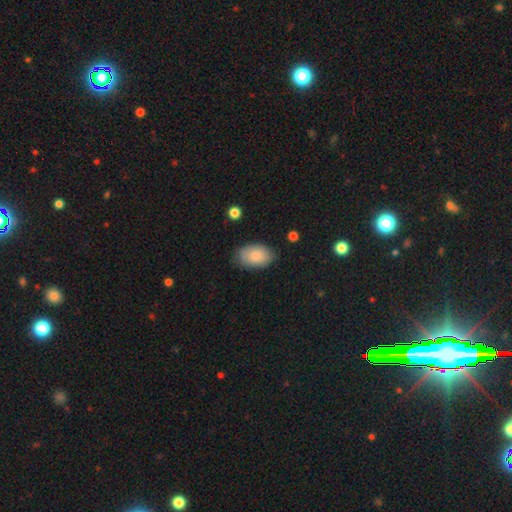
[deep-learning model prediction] Q: Smooth or featured?
A: smooth (81%); runner-up: featured or disk (13%)
Q: How rounded?
A: in between (91%); runner-up: round (8%)
Q: Merging?
A: none (75%); runner-up: minor disturbance (19%)